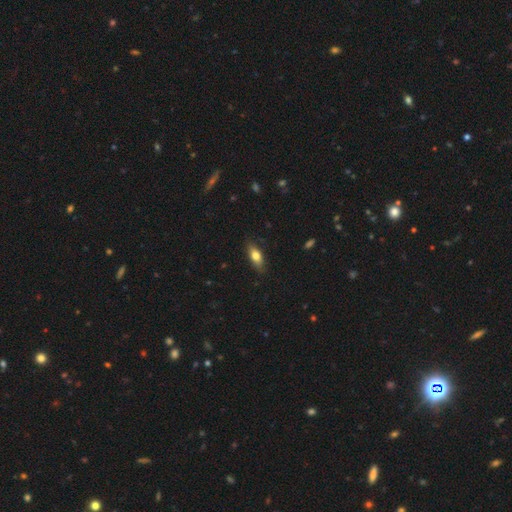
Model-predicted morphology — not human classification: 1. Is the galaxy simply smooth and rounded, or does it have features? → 74% smooth, 19% featured or disk, 7% star or artifact.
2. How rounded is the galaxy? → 78% in between, 19% cigar-shaped, 4% round.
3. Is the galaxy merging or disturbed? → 84% none, 13% minor disturbance, 2% major disturbance, 1% merger.